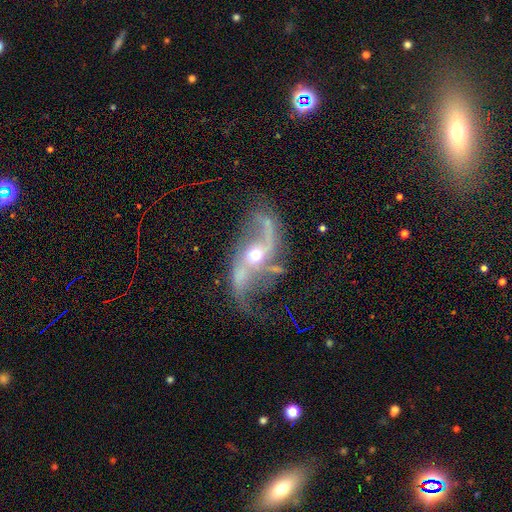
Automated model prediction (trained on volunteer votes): smooth-or-featured: featured or disk: 90% | star or artifact: 6% | smooth: 4%
  disk-edge-on: no: 96% | yes: 4%
    bar: no: 50% | weak: 28% | strong: 22%
    has-spiral-arms: yes: 97% | no: 3%
      spiral-winding: loose: 78% | medium: 17% | tight: 5%
      spiral-arm-count: 2: 93% | can't tell: 2% | 1: 2% | 3: 1% | 4: 1% | more than 4: 1%
    bulge-size: moderate: 57% | small: 38% | large: 3% | none: 1% | dominant: 1%
  merging: none: 62% | minor disturbance: 19% | major disturbance: 14% | merger: 6%